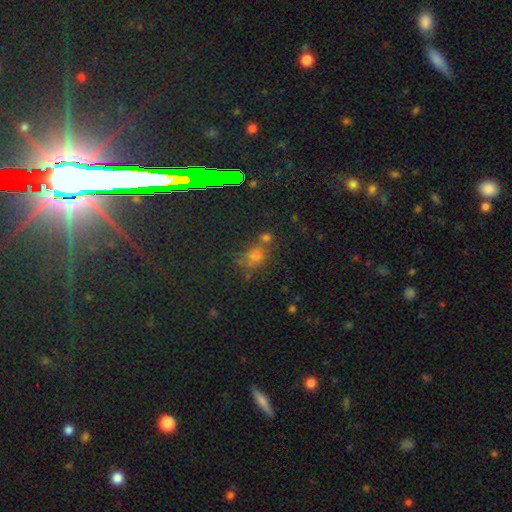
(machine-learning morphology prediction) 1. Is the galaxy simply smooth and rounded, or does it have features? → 55% smooth, 34% star or artifact, 11% featured or disk.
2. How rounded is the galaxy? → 68% round, 30% in between, 2% cigar-shaped.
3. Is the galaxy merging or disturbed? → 57% none, 23% merger, 14% minor disturbance, 6% major disturbance.